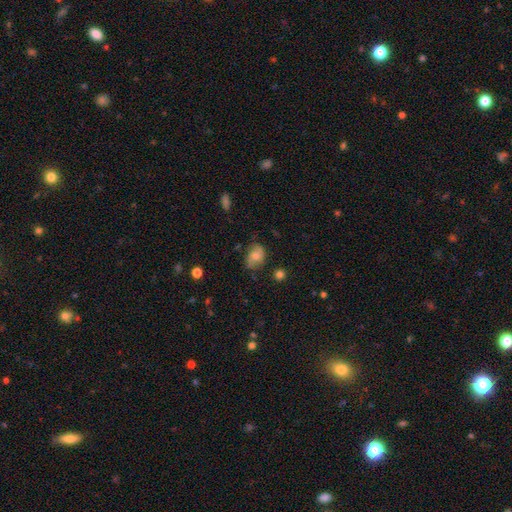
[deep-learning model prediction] Q: Smooth or featured?
A: smooth (64%); runner-up: featured or disk (26%)
Q: How rounded?
A: in between (69%); runner-up: round (29%)
Q: Merging?
A: none (60%); runner-up: minor disturbance (29%)